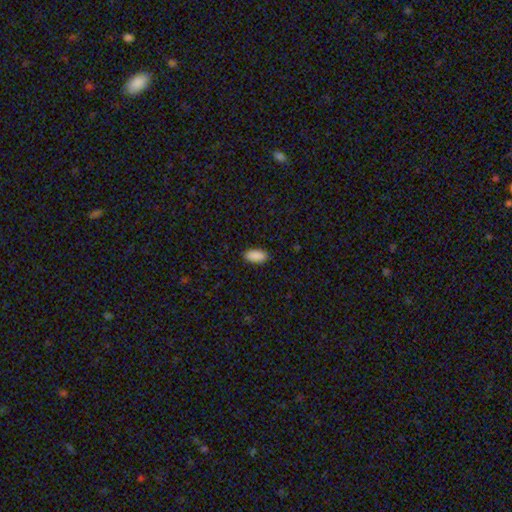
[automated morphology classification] Smooth or featured?
  - smooth: 90% *
  - star or artifact: 7%
  - featured or disk: 3%
How rounded?
  - in between: 92% *
  - cigar-shaped: 5%
  - round: 2%
Merging?
  - none: 89% *
  - minor disturbance: 8%
  - major disturbance: 2%
  - merger: 1%